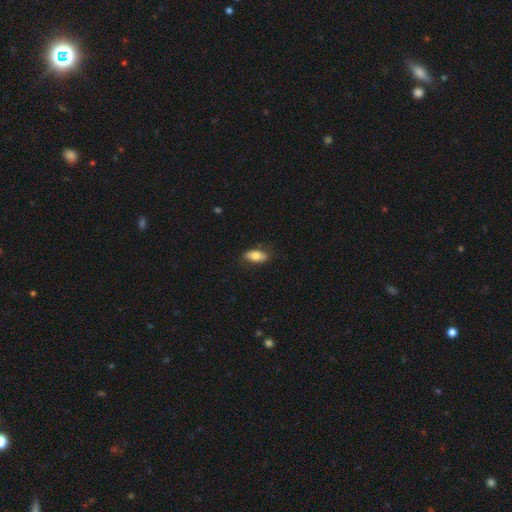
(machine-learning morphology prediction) This is likely a smooth galaxy (74%). How rounded: clearly in between (84%). Merging: clearly none (82%).